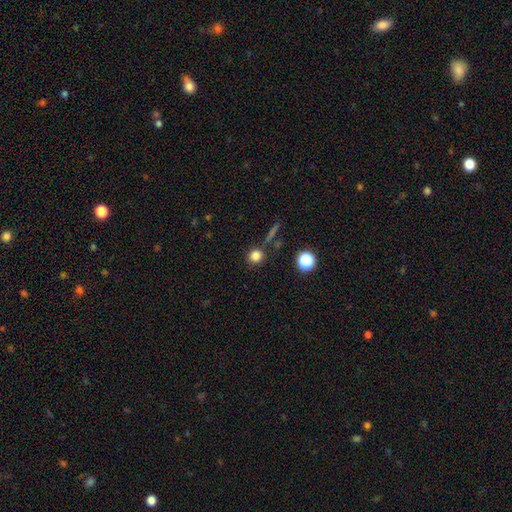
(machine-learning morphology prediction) Smooth or featured? smooth (80%)
How rounded? round (91%)
Merging? none (82%)